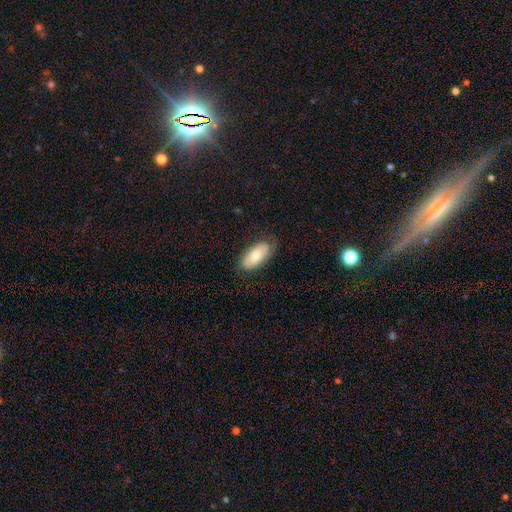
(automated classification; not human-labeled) This appears to be a smooth galaxy with no disk features (71%) that is in between round and cigar-shaped (90%). Merging: none (78%).